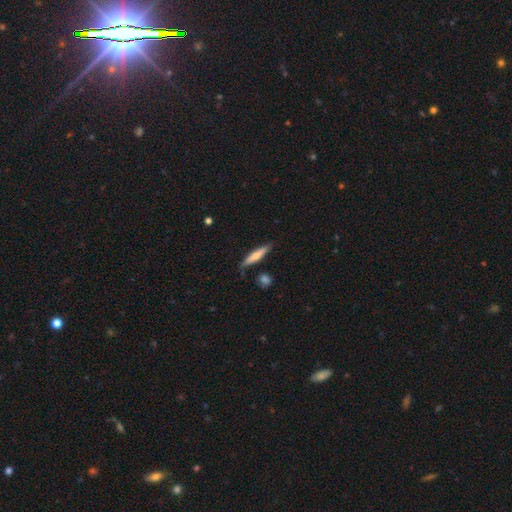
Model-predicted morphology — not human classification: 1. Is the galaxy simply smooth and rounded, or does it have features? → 63% smooth, 31% featured or disk, 6% star or artifact.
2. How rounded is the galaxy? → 89% cigar-shaped, 10% in between, 2% round.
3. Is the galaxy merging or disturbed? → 83% none, 12% minor disturbance, 3% merger, 2% major disturbance.